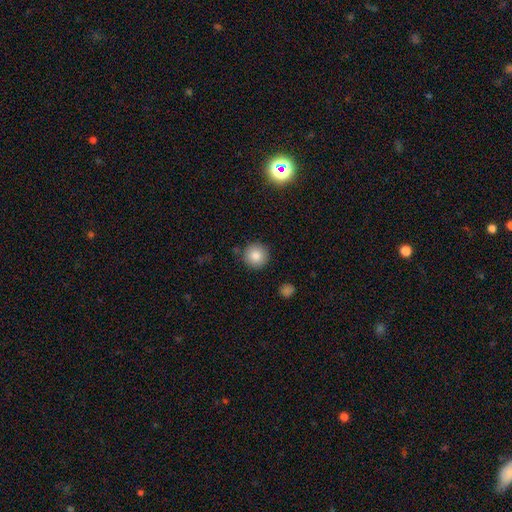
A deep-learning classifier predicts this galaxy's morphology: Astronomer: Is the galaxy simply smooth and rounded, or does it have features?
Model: smooth — 85%.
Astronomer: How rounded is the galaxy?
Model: round — 95%.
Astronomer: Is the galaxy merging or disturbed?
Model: none — 87%.